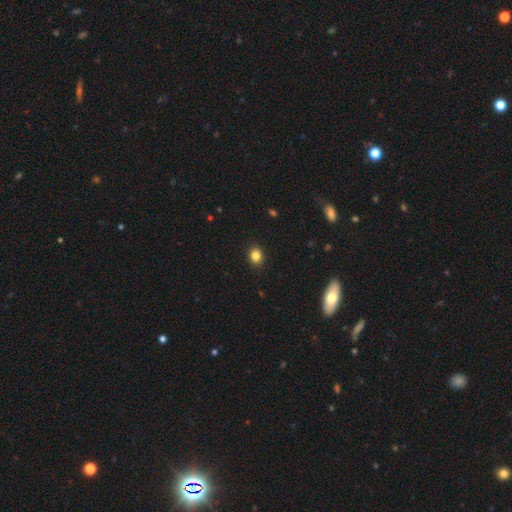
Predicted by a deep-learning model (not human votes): A smooth galaxy with no disk features (84%) that is round (57%).

Vote fractions:
- Smooth or featured? smooth: 84% / star or artifact: 11% / featured or disk: 5%
- How rounded? round: 57% / in between: 42% / cigar-shaped: 1%
- Merging? none: 91% / minor disturbance: 7% / major disturbance: 2% / merger: 1%